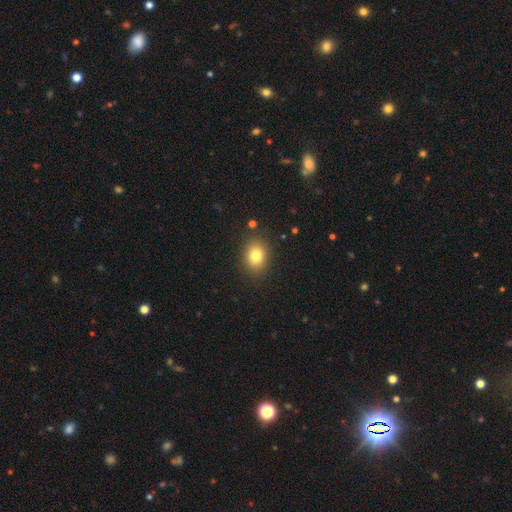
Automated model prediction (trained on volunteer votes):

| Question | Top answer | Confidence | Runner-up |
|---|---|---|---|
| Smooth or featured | smooth | 81% | star or artifact (11%) |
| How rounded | in between | 54% | round (45%) |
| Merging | none | 86% | minor disturbance (9%) |